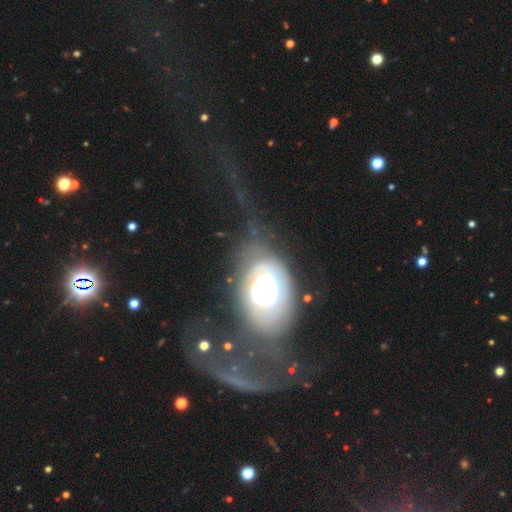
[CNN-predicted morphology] smooth_or_featured: featured or disk (p=0.65) [alt: smooth p=0.22]
disk_edge_on: no (p=0.89) [alt: yes p=0.11]
bar: no (p=0.81) [alt: weak p=0.12]
has_spiral_arms: no (p=0.52) [alt: yes p=0.48]
bulge_size: large (p=0.42) [alt: moderate p=0.30]
merging: major disturbance (p=0.48) [alt: none p=0.34]